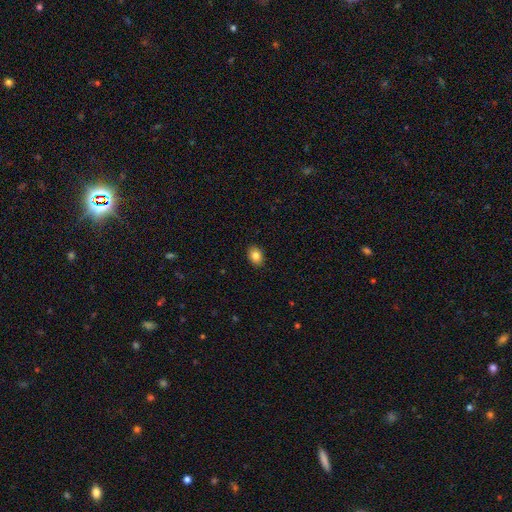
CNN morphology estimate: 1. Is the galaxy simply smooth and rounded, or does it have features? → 84% smooth, 9% star or artifact, 8% featured or disk.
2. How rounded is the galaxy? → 66% in between, 33% round, 1% cigar-shaped.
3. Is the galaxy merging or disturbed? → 90% none, 7% minor disturbance, 2% major disturbance, 1% merger.